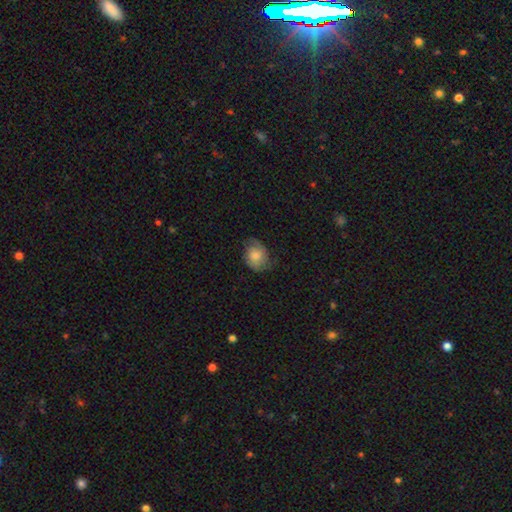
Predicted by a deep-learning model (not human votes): Overall: smooth (56%; featured or disk 37%). How rounded: round (54%; in between 45%). Merging: none (58%; minor disturbance 28%).